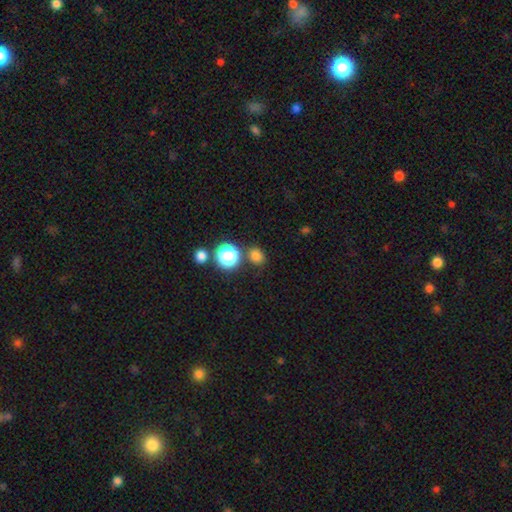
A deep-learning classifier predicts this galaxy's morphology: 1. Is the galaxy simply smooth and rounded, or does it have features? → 77% smooth, 19% star or artifact, 5% featured or disk.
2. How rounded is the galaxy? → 71% round, 28% in between, 1% cigar-shaped.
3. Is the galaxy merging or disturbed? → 78% none, 10% minor disturbance, 9% merger, 3% major disturbance.